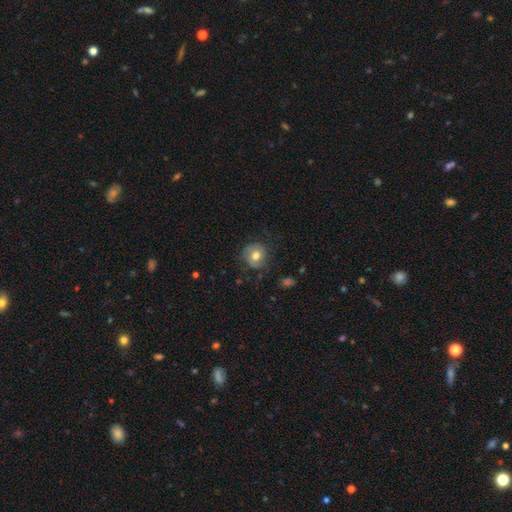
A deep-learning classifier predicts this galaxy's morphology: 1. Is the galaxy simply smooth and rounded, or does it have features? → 63% smooth, 28% featured or disk, 9% star or artifact.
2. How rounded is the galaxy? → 83% round, 16% in between, 1% cigar-shaped.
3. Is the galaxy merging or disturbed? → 66% none, 22% minor disturbance, 10% major disturbance, 1% merger.